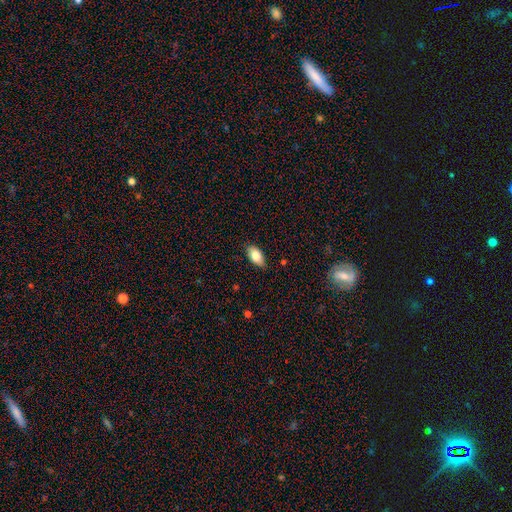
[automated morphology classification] The model was most divided on "smooth or featured": smooth: 80%, featured or disk: 13%, star or artifact: 7%. More confident: how rounded — in between (92%); merging — none (84%).